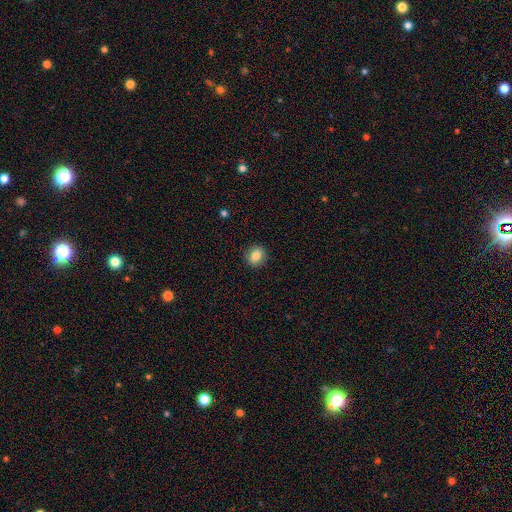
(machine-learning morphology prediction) This is clearly a smooth galaxy (83%). How rounded: likely round (72%). Merging: clearly none (89%).